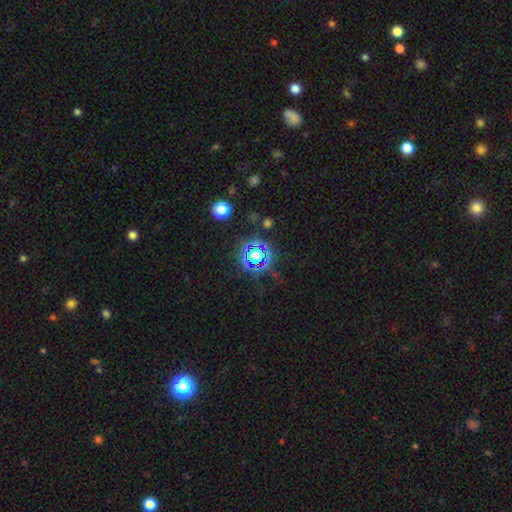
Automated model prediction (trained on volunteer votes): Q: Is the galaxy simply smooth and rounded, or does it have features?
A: star or artifact — 71%.